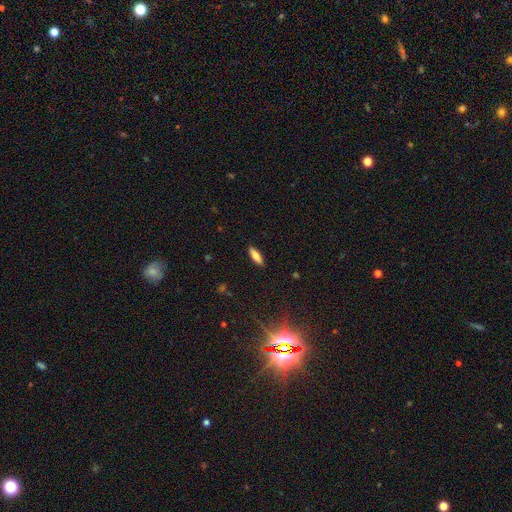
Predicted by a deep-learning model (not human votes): Smooth or featured? Predicted: smooth (p=0.76). How rounded? Predicted: in between (p=0.57). Merging? Predicted: none (p=0.89).